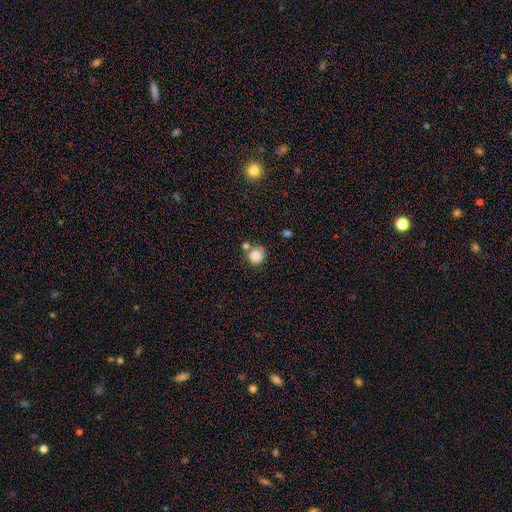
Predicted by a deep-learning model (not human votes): This appears to be a smooth galaxy with no disk features (84%) that is round (87%). Merging: none (63%).